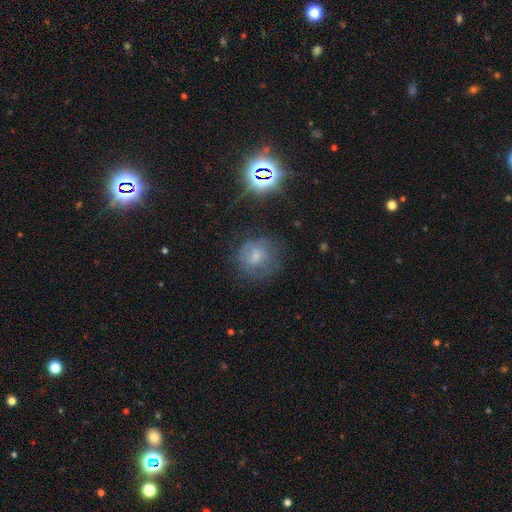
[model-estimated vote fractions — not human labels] Smooth or featured?
  - smooth: 55% *
  - featured or disk: 26%
  - star or artifact: 20%
How rounded?
  - round: 82% *
  - in between: 16%
  - cigar-shaped: 1%
Merging?
  - none: 61% *
  - minor disturbance: 21%
  - major disturbance: 15%
  - merger: 2%